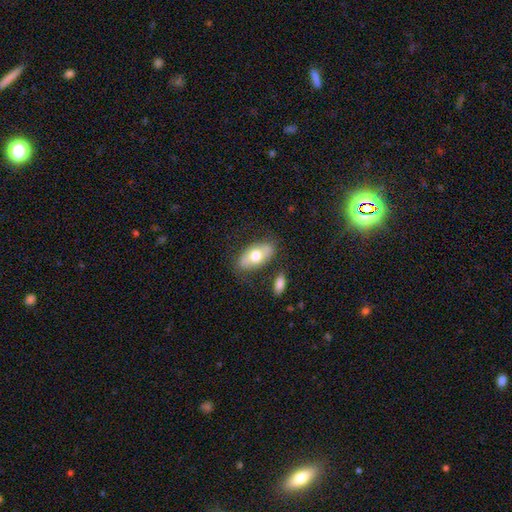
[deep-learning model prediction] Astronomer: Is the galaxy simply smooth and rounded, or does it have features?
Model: smooth — 62%.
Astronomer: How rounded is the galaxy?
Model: in between — 90%.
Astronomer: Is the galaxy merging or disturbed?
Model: none — 75%.